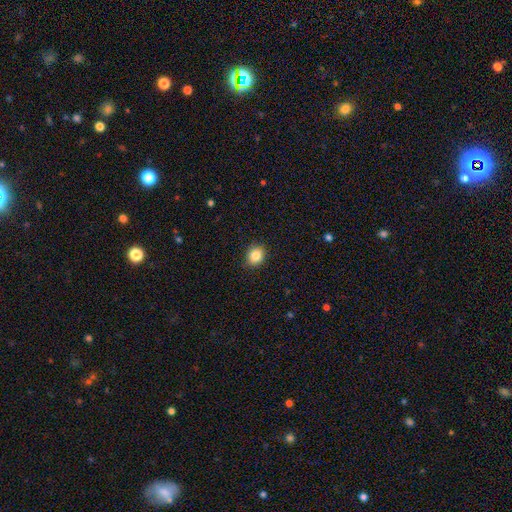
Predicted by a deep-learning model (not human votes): Smooth or featured? Predicted: smooth (p=0.85). How rounded? Predicted: round (p=0.71). Merging? Predicted: none (p=0.89).